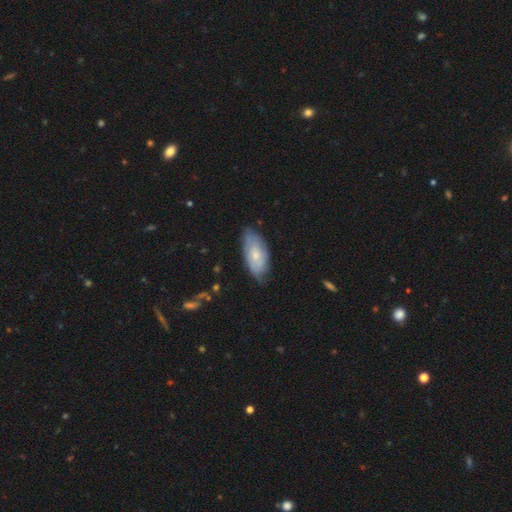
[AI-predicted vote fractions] Q: Smooth or featured?
A: smooth (48%); runner-up: featured or disk (46%)
Q: Merging?
A: none (67%); runner-up: minor disturbance (27%)